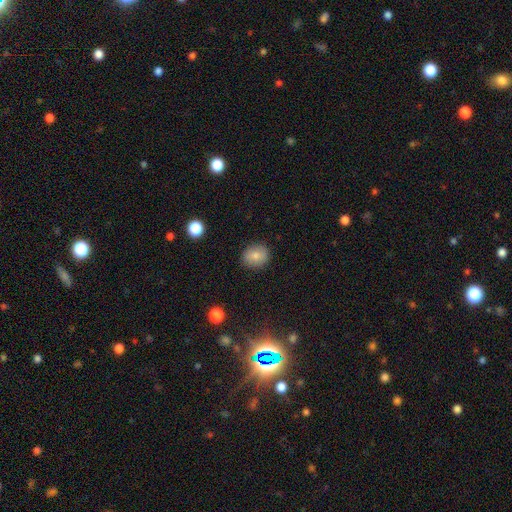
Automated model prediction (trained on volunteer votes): smooth-or-featured: smooth: 77% | featured or disk: 13% | star or artifact: 9%
  how-rounded: round: 70% | in between: 29% | cigar-shaped: 1%
  merging: none: 87% | minor disturbance: 10% | major disturbance: 2% | merger: 1%